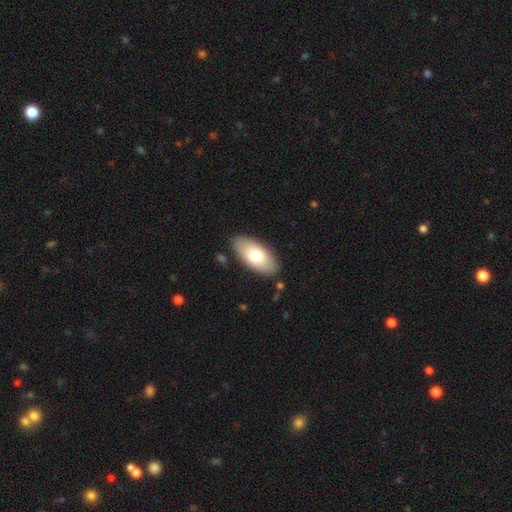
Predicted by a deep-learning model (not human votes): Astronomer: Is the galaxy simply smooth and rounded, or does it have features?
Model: smooth — 73%.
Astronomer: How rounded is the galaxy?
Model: in between — 92%.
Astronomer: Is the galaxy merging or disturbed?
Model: none — 85%.